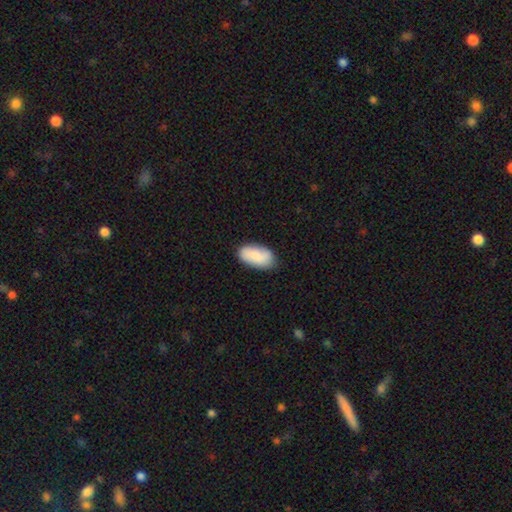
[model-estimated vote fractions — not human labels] smooth 81%, featured or disk 13%, star or artifact 6%. Down the decision tree: how rounded — in between (94%); merging — none (80%).